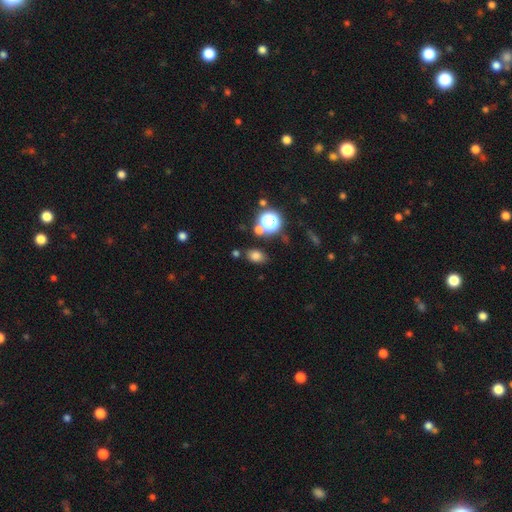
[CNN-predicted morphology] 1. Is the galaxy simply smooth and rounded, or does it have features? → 73% smooth, 19% star or artifact, 7% featured or disk.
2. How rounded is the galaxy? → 72% in between, 27% round, 1% cigar-shaped.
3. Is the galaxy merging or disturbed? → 78% none, 11% minor disturbance, 7% merger, 3% major disturbance.